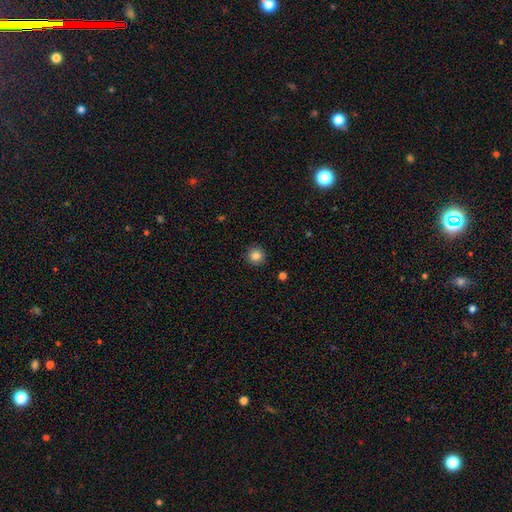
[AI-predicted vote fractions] This appears to be a smooth galaxy with no disk features (84%) that is round (94%). Merging: none (92%).